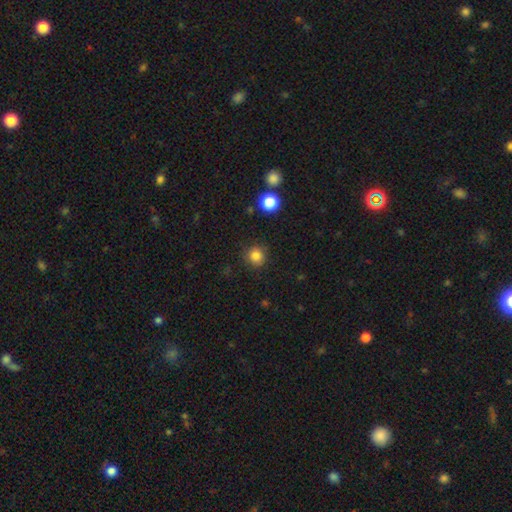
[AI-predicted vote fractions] Smooth or featured: smooth — 83% (star or artifact — 12%)
How rounded: round — 91% (in between — 8%)
Merging: none — 87% (minor disturbance — 9%)